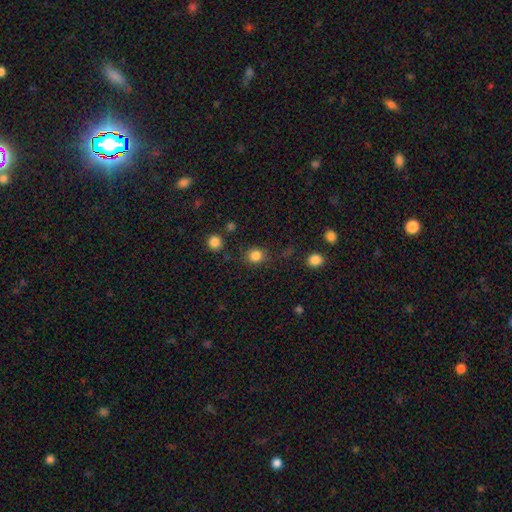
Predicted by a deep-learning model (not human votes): This is clearly a smooth galaxy (83%). How rounded: clearly round (83%). Merging: clearly none (83%).